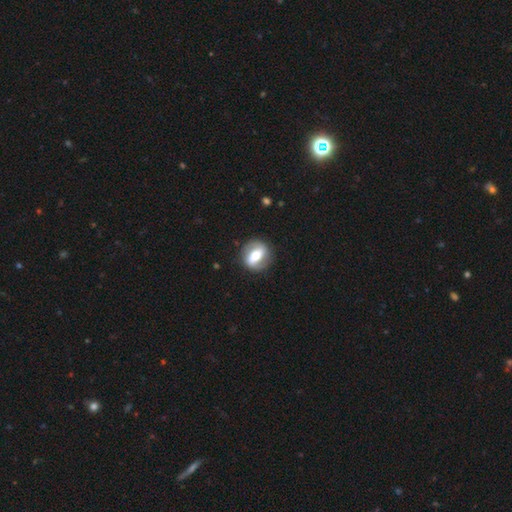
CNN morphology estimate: Q: Smooth or featured?
A: featured or disk (62%); runner-up: smooth (32%)
Q: Edge-on disk?
A: no (92%); runner-up: yes (8%)
Q: Bar?
A: strong (54%); runner-up: weak (27%)
Q: Spiral arms?
A: yes (60%); runner-up: no (40%)
Q: Bulge size?
A: moderate (68%); runner-up: large (15%)
Q: Merging?
A: none (85%); runner-up: minor disturbance (10%)